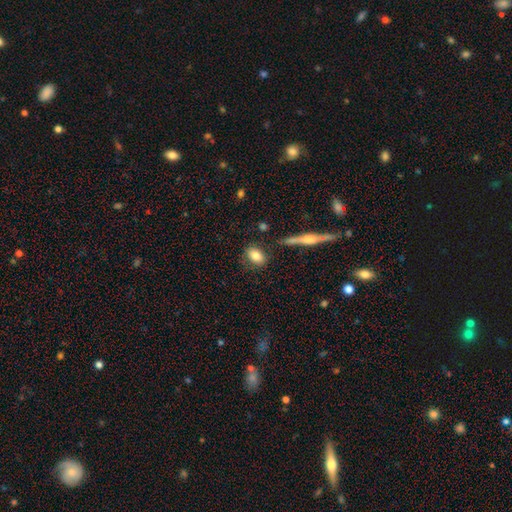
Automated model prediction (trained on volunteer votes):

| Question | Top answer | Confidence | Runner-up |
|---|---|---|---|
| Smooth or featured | smooth | 80% | featured or disk (12%) |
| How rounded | in between | 77% | round (19%) |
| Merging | none | 79% | minor disturbance (13%) |